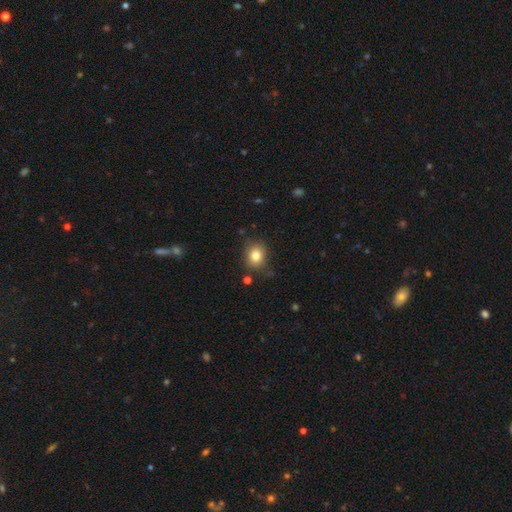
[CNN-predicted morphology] This is clearly a smooth galaxy (82%). How rounded: possibly round (59%). Merging: likely none (79%).